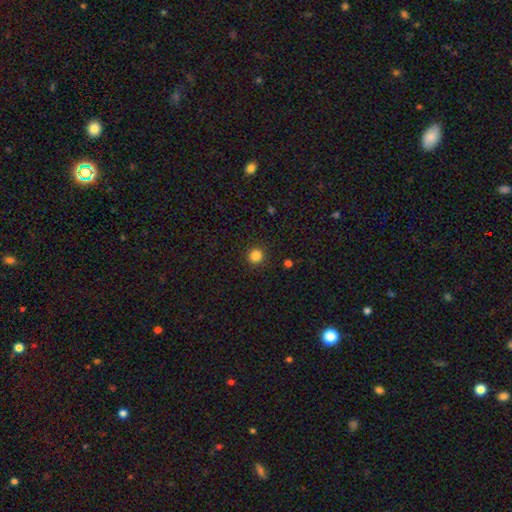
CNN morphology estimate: This appears to be a smooth galaxy with no disk features (85%) that is round (94%). Merging: none (92%).